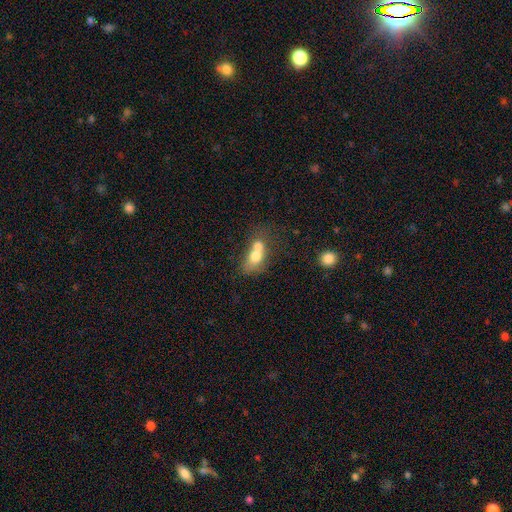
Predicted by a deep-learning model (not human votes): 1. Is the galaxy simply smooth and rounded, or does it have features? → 67% smooth, 24% featured or disk, 9% star or artifact.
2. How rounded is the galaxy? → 63% in between, 33% round, 3% cigar-shaped.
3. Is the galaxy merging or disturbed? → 68% merger, 18% none, 8% minor disturbance, 6% major disturbance.